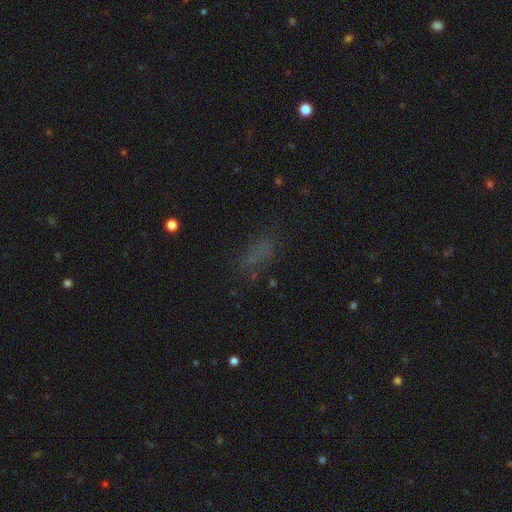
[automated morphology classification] A smooth galaxy with no disk features (55%) that is in between round and cigar-shaped (73%).

Vote fractions:
- Smooth or featured? smooth: 55% / star or artifact: 30% / featured or disk: 16%
- How rounded? in between: 73% / cigar-shaped: 18% / round: 9%
- Merging? none: 62% / minor disturbance: 18% / major disturbance: 16% / merger: 3%